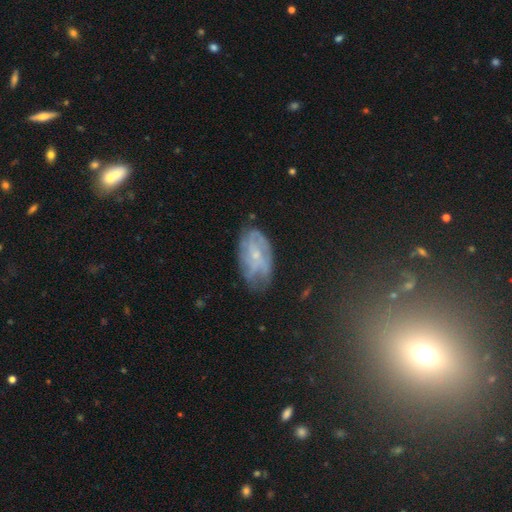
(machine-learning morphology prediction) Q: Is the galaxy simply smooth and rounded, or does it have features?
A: featured or disk — 69%.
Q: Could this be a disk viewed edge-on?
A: no — 95%.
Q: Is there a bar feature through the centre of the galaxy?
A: no — 66%.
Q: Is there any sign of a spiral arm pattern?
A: yes — 82%.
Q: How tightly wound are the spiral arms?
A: tight — 46%.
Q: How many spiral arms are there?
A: can't tell — 49%.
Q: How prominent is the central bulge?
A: small — 73%.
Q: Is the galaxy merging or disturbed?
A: none — 64%.